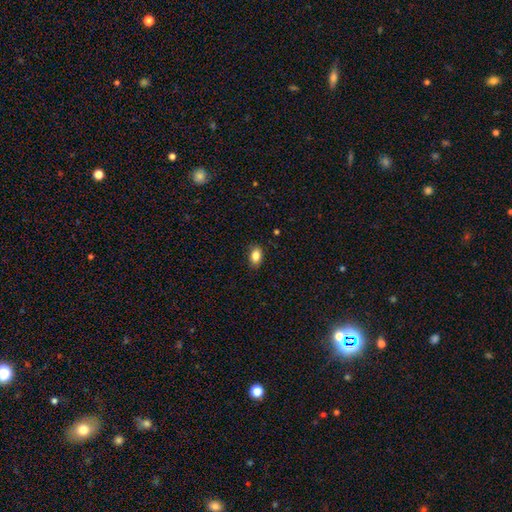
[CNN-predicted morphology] A smooth galaxy with no disk features (85%) that is in between round and cigar-shaped (85%).

Vote fractions:
- Smooth or featured? smooth: 85% / star or artifact: 9% / featured or disk: 7%
- How rounded? in between: 85% / round: 14% / cigar-shaped: 2%
- Merging? none: 86% / minor disturbance: 11% / major disturbance: 2% / merger: 1%